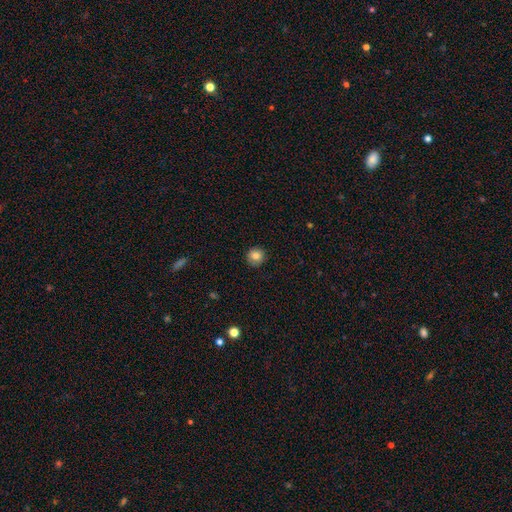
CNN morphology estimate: Smooth or featured?
  - smooth: 83% *
  - star or artifact: 10%
  - featured or disk: 7%
How rounded?
  - round: 93% *
  - in between: 6%
  - cigar-shaped: 1%
Merging?
  - none: 89% *
  - minor disturbance: 8%
  - major disturbance: 2%
  - merger: 1%